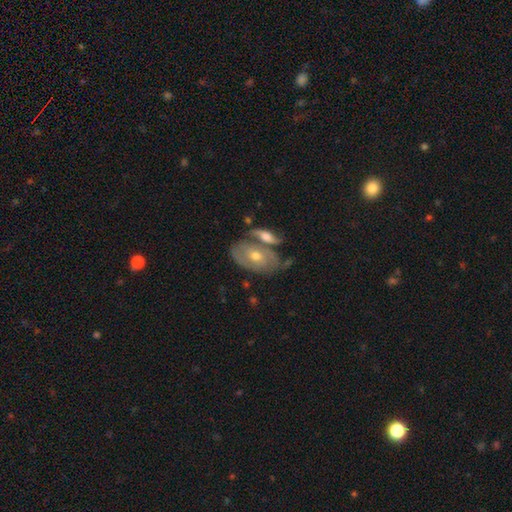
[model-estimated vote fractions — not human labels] Overall: featured or disk (66%). Edge-on disk: no (90%). Bar: no (76%). Spiral arms: yes (60%; no 40%). Bulge size: moderate (61%; small 34%). Merging: none (47%; merger 32%).